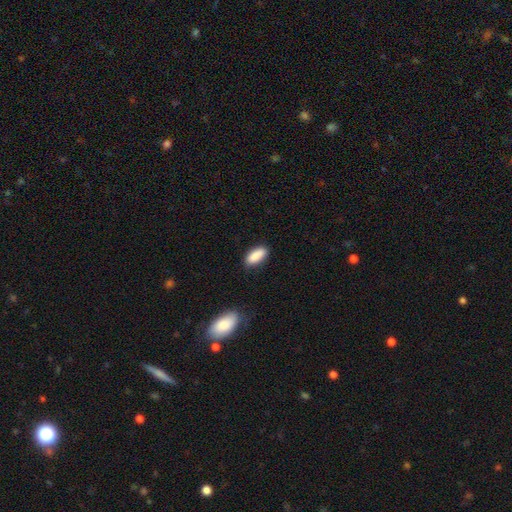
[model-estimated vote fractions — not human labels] This is clearly a smooth galaxy (88%). How rounded: clearly in between (85%). Merging: likely none (78%).